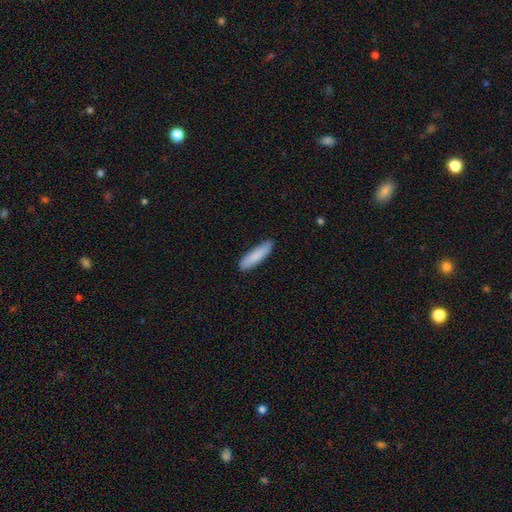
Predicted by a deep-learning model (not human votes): smooth 86%, featured or disk 8%, star or artifact 5%. Down the decision tree: how rounded — cigar-shaped (78%); merging — none (87%).